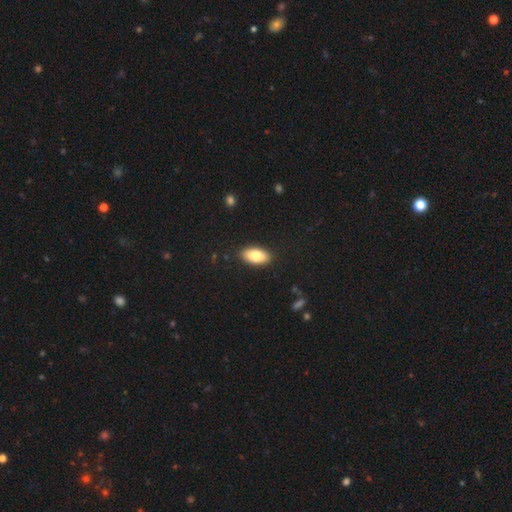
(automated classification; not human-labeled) A smooth galaxy with no disk features (80%) that is in between round and cigar-shaped (93%). Merging: none (89%).